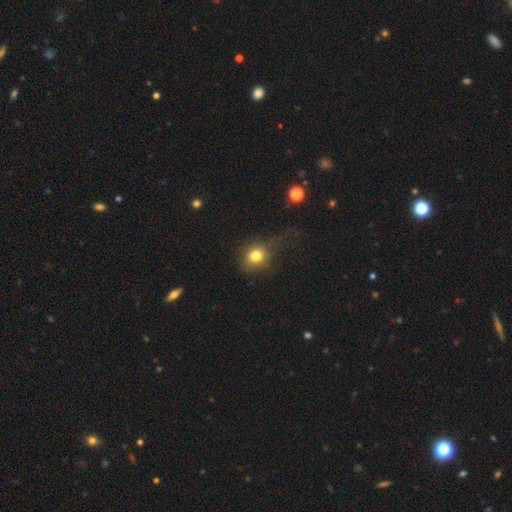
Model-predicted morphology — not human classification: smooth 79%, star or artifact 12%, featured or disk 10%. Down the decision tree: how rounded — round (78%); merging — none (55%).